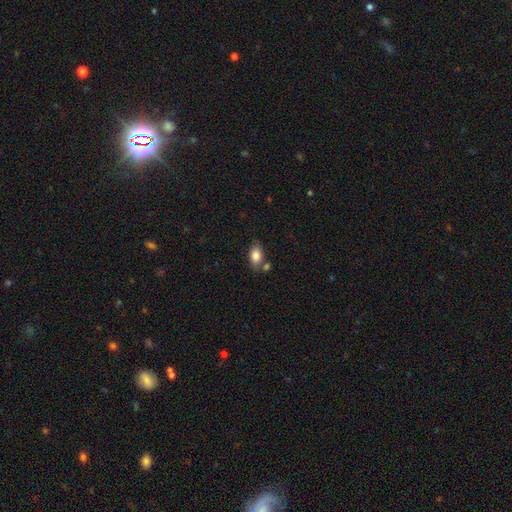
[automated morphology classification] Smooth or featured? smooth (84%)
How rounded? in between (89%)
Merging? none (65%)